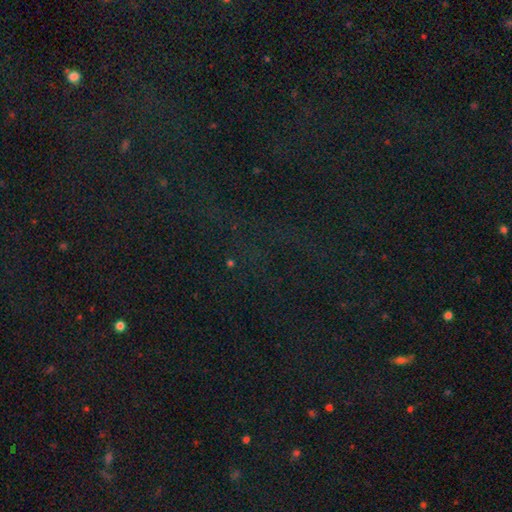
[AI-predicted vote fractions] This is clearly a star or artifact rather than a galaxy (81%).